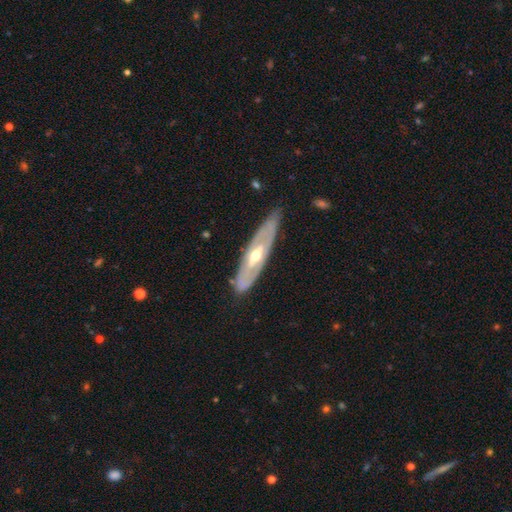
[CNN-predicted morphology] A featured or disk galaxy (74%).

Vote fractions:
- Smooth or featured? featured or disk: 74% / smooth: 21% / star or artifact: 5%
- Edge-on disk? no: 63% / yes: 37%
- Merging? none: 76% / minor disturbance: 18% / major disturbance: 5% / merger: 1%